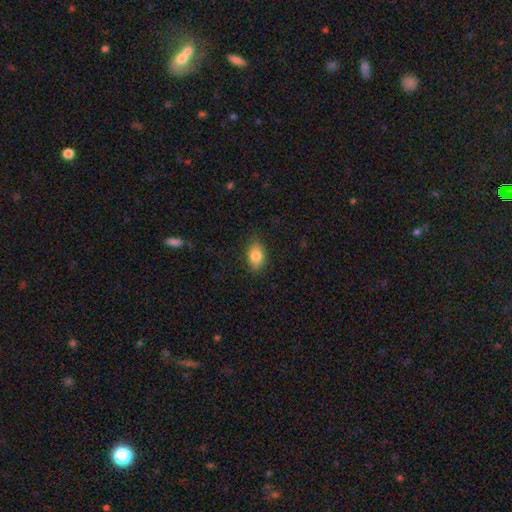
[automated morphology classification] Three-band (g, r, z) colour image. It shows a smooth galaxy with no disk features (82%) that is in between round and cigar-shaped (85%). Merging: none (84%).